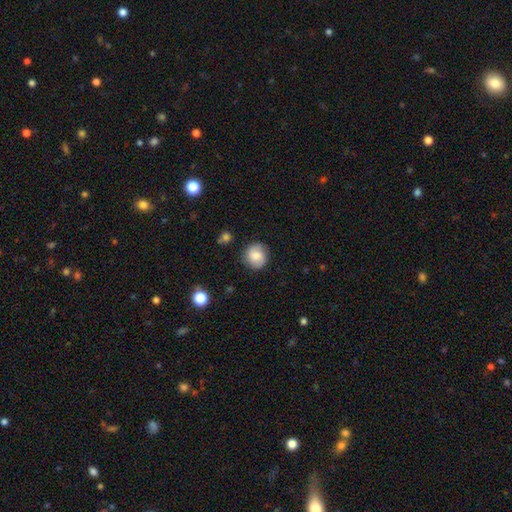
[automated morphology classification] Q: Smooth or featured?
A: smooth (68%); runner-up: featured or disk (23%)
Q: How rounded?
A: round (86%); runner-up: in between (13%)
Q: Merging?
A: none (82%); runner-up: minor disturbance (13%)